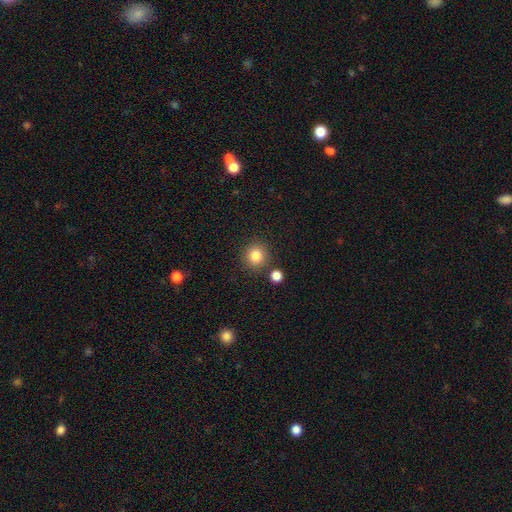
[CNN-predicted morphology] Overall: smooth (83%). How rounded: round (92%). Merging: none (84%).